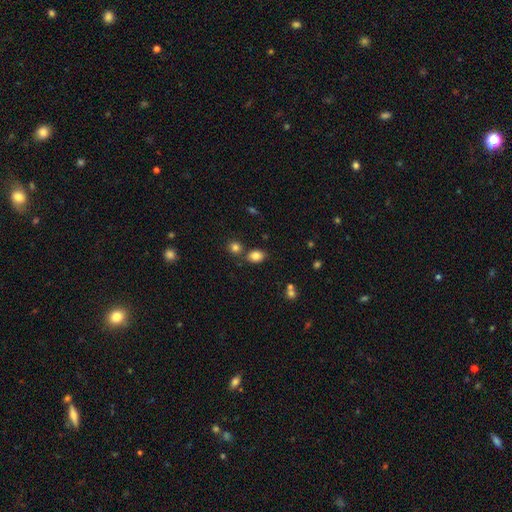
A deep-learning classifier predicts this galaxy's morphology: This is clearly a smooth galaxy (82%). How rounded: likely in between (71%). Merging: likely none (73%).